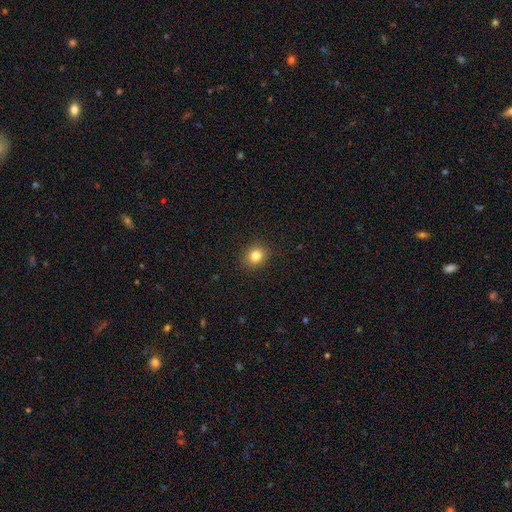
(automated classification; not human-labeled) A smooth galaxy with no disk features (83%) that is round (77%).

Vote fractions:
- Smooth or featured? smooth: 83% / star or artifact: 12% / featured or disk: 6%
- How rounded? round: 77% / in between: 22% / cigar-shaped: 1%
- Merging? none: 90% / minor disturbance: 7% / major disturbance: 2% / merger: 1%